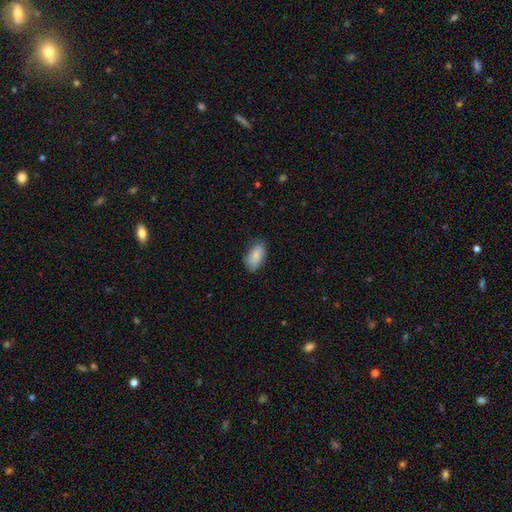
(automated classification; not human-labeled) Morphology: type=smooth (84%); roundness=in between (91%); merging=none (73%).